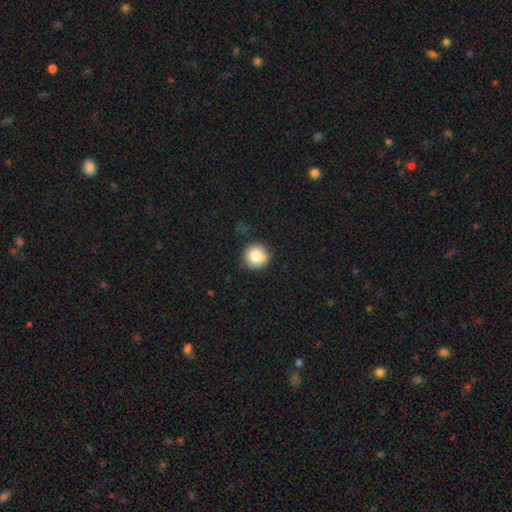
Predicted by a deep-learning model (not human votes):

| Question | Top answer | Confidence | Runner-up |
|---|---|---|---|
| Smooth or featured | smooth | 82% | star or artifact (9%) |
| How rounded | round | 94% | in between (5%) |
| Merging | none | 83% | minor disturbance (12%) |